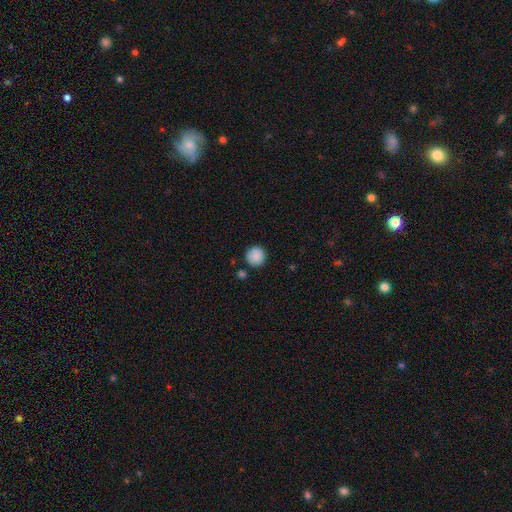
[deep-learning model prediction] A smooth galaxy with no disk features (88%) that is round (94%).

Vote fractions:
- Smooth or featured? smooth: 88% / star or artifact: 8% / featured or disk: 4%
- How rounded? round: 94% / in between: 5% / cigar-shaped: 1%
- Merging? none: 85% / minor disturbance: 9% / merger: 4% / major disturbance: 2%